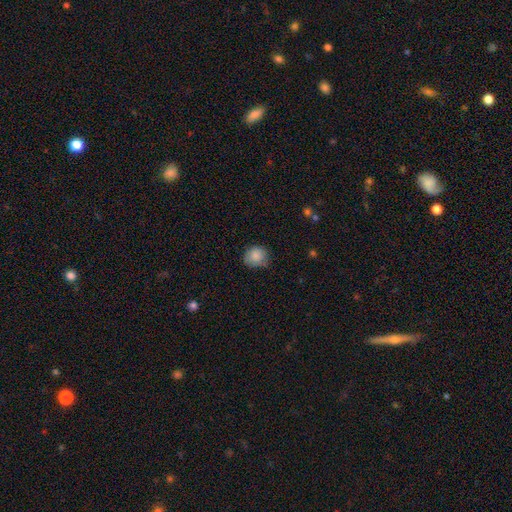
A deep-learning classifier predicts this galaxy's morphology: Overall: smooth (86%). How rounded: round (81%). Merging: none (70%).